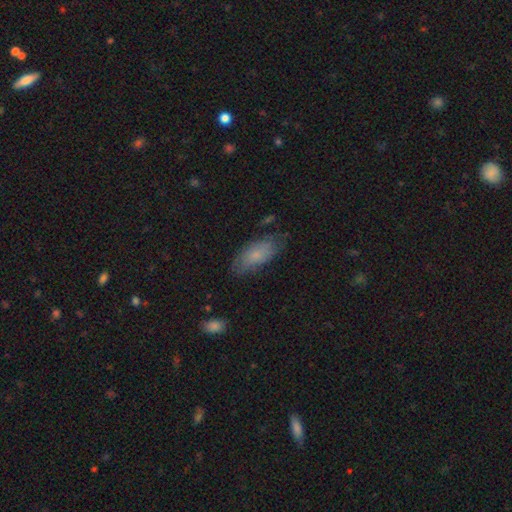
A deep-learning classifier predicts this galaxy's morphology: Smooth or featured: smooth — 70% (featured or disk — 23%)
How rounded: in between — 87% (cigar-shaped — 10%)
Merging: none — 68% (minor disturbance — 23%)